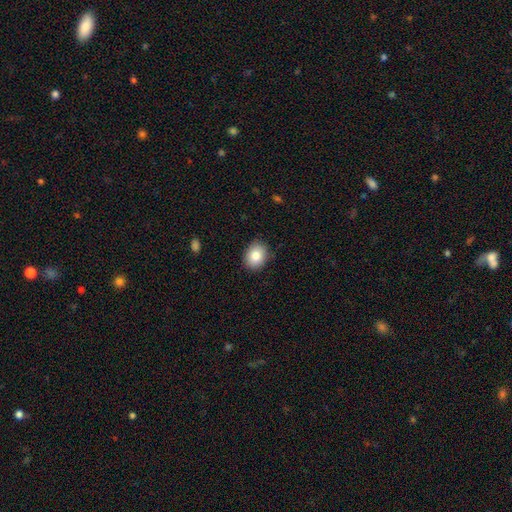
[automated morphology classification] This is clearly a smooth galaxy (83%). How rounded: possibly in between (54%). Merging: clearly none (87%).